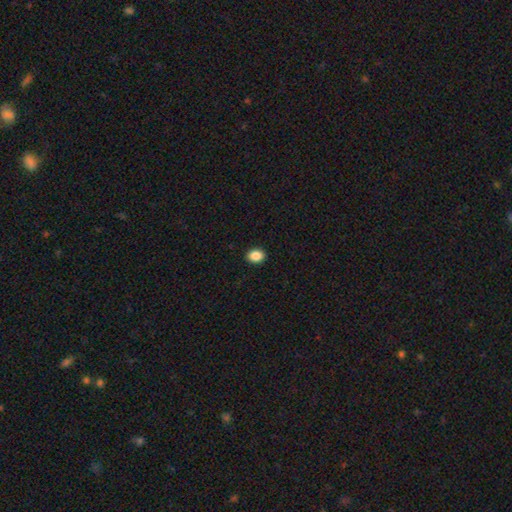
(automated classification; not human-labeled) This appears to be a smooth galaxy with no disk features (88%) that is in between round and cigar-shaped (55%). Merging: none (92%).